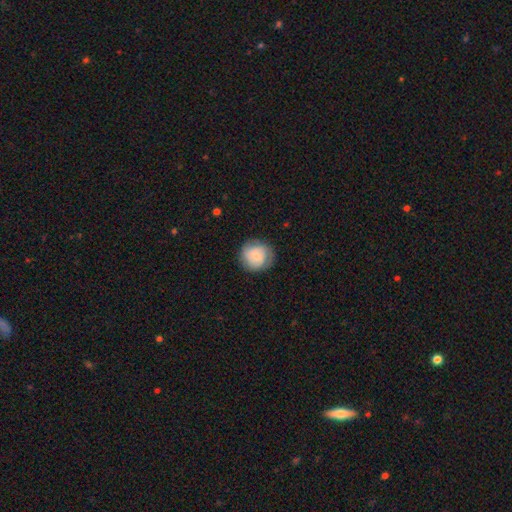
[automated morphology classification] smooth-or-featured: smooth: 68% | featured or disk: 25% | star or artifact: 7%
  how-rounded: round: 90% | in between: 9% | cigar-shaped: 1%
  merging: none: 79% | minor disturbance: 15% | major disturbance: 5% | merger: 1%